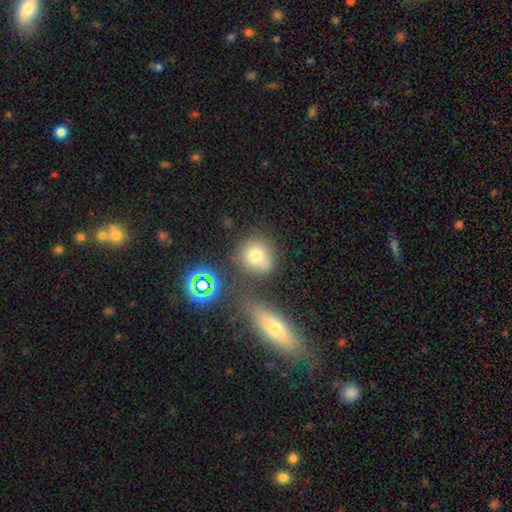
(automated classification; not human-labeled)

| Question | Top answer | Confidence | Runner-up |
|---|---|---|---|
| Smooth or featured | smooth | 72% | star or artifact (16%) |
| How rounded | round | 86% | in between (13%) |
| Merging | none | 63% | merger (15%) |